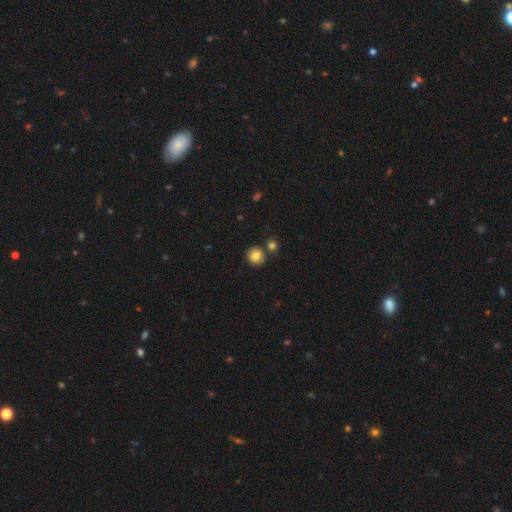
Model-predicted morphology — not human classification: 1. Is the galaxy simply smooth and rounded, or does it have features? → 84% smooth, 10% star or artifact, 7% featured or disk.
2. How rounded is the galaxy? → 91% round, 8% in between, 1% cigar-shaped.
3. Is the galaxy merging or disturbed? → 77% none, 13% merger, 8% minor disturbance, 2% major disturbance.